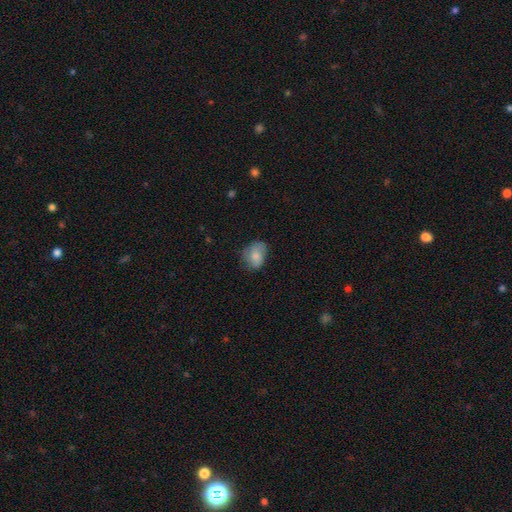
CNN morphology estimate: Smooth or featured: smooth — 77% (featured or disk — 16%)
How rounded: in between — 68% (round — 30%)
Merging: none — 59% (minor disturbance — 30%)